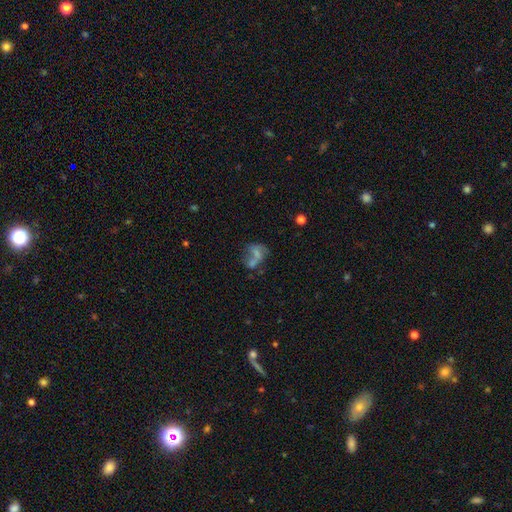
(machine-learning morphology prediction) Smooth or featured? smooth (43%)
Merging? merger (43%)